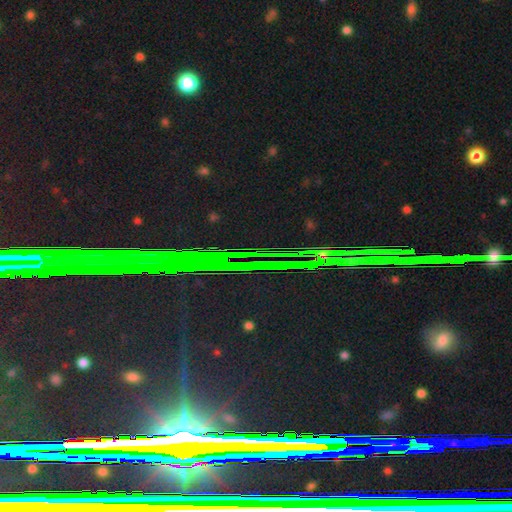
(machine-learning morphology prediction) smooth_or_featured: star or artifact (p=0.85) [alt: featured or disk p=0.08]